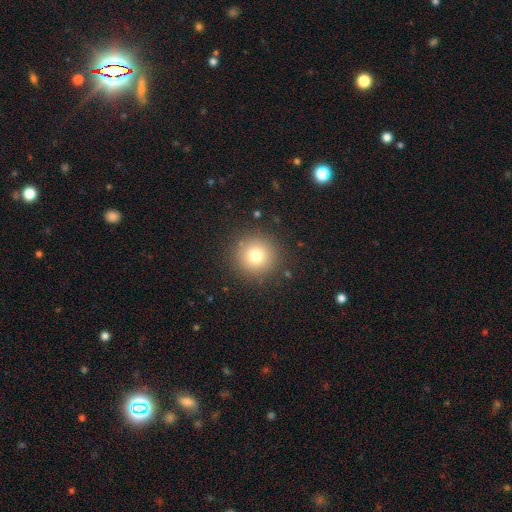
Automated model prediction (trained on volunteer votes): Q: Smooth or featured?
A: smooth (75%); runner-up: star or artifact (14%)
Q: How rounded?
A: round (96%); runner-up: in between (3%)
Q: Merging?
A: none (89%); runner-up: minor disturbance (7%)